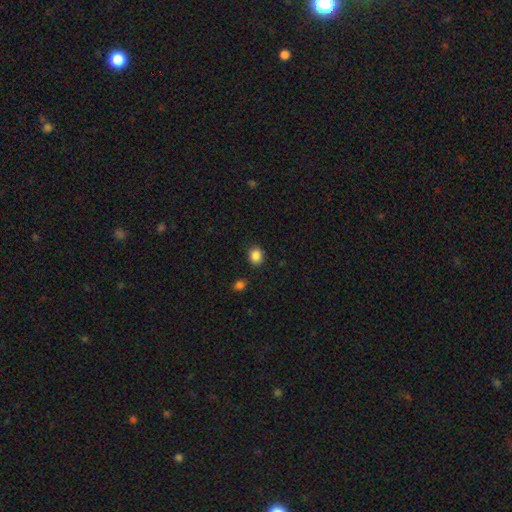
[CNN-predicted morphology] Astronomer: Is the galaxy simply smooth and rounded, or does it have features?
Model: smooth — 86%.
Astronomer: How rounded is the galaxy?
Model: round — 69%.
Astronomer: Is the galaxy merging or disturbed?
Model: none — 88%.